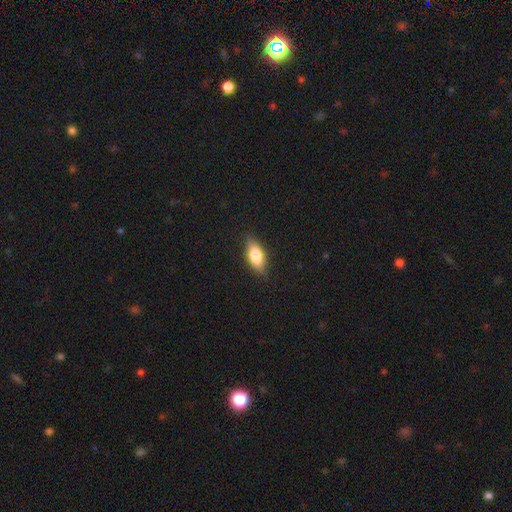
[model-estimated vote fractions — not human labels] Morphology: type=smooth (70%); roundness=in between (79%); merging=none (82%).